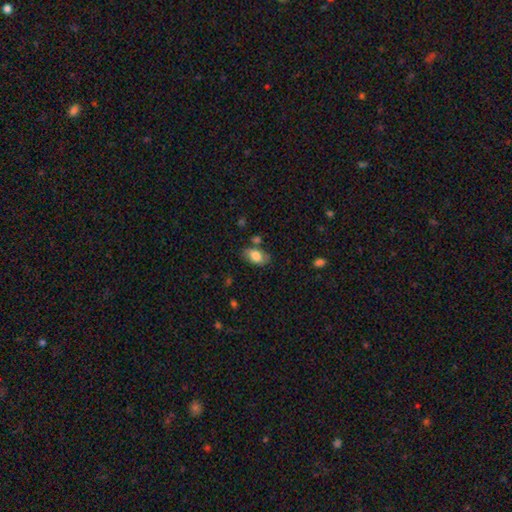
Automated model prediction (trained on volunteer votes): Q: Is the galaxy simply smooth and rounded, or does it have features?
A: smooth — 76%.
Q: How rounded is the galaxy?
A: in between — 92%.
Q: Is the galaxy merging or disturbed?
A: none — 71%.